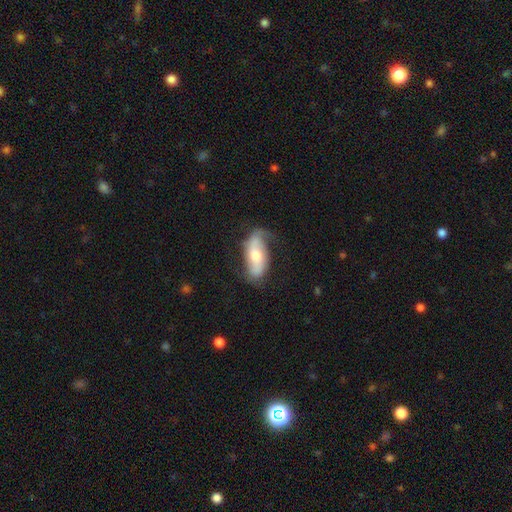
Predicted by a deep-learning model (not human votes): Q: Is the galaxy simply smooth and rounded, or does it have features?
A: featured or disk — 58%.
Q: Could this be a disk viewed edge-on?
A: no — 86%.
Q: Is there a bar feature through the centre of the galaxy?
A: no — 47%.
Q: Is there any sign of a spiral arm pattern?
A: yes — 80%.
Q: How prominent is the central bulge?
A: moderate — 66%.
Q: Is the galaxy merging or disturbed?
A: none — 57%.